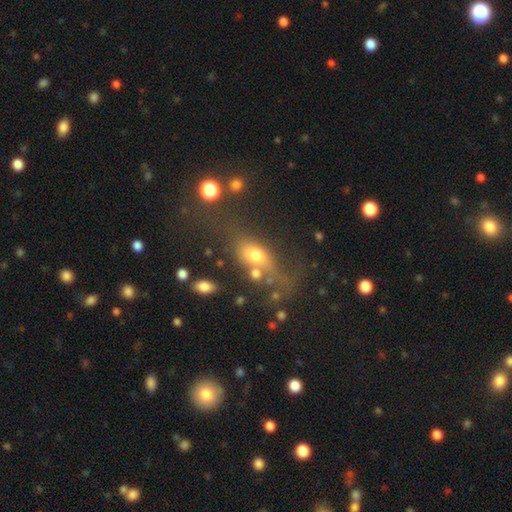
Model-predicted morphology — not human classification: smooth 64%, featured or disk 22%, star or artifact 14%. Down the decision tree: how rounded — in between (66%); merging — none (42%).